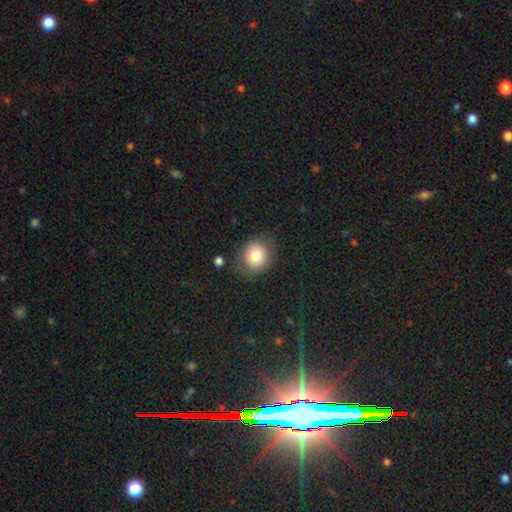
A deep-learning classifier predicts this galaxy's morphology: Smooth or featured? smooth (79%)
How rounded? round (76%)
Merging? none (77%)